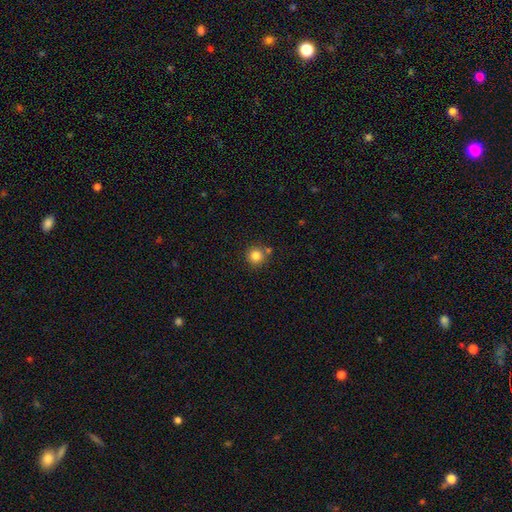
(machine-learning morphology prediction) This is clearly a smooth galaxy (83%). How rounded: clearly round (95%). Merging: likely none (78%).